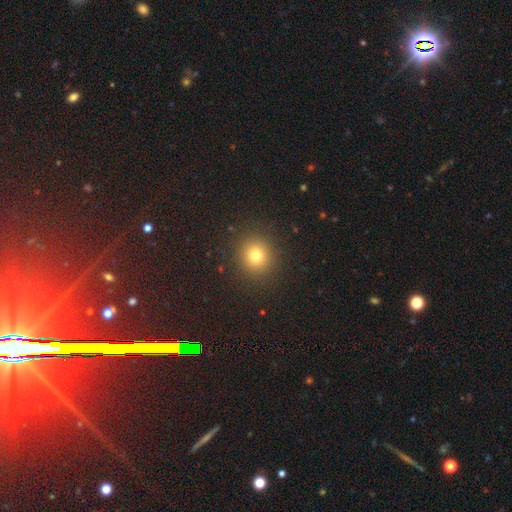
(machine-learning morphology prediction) This is likely a smooth galaxy (75%). How rounded: clearly round (91%). Merging: clearly none (91%).